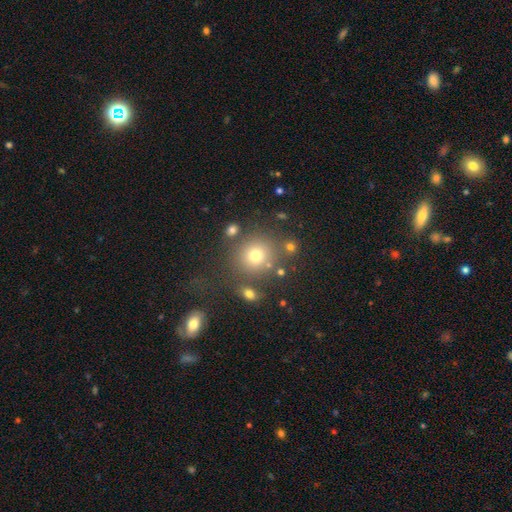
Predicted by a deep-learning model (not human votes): Morphology: type=smooth (73%); roundness=round (89%); merging=none (76%).